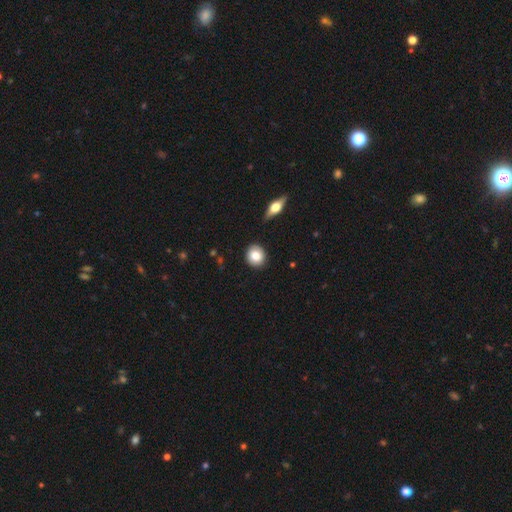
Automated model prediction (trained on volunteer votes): Q: Smooth or featured?
A: smooth (81%); runner-up: featured or disk (11%)
Q: How rounded?
A: round (80%); runner-up: in between (18%)
Q: Merging?
A: none (89%); runner-up: minor disturbance (7%)